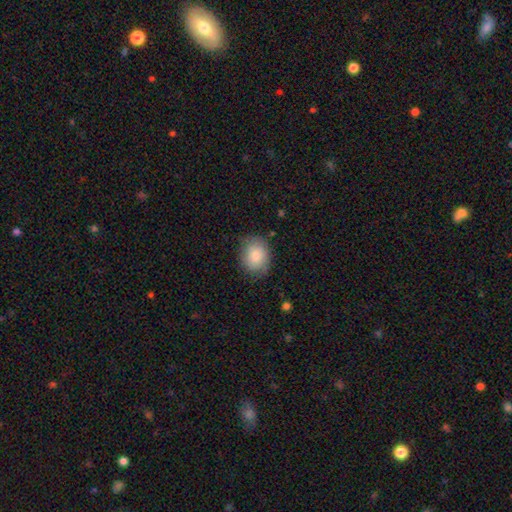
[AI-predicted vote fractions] smooth 82%, featured or disk 11%, star or artifact 7%. Down the decision tree: how rounded — round (53%); merging — none (75%).